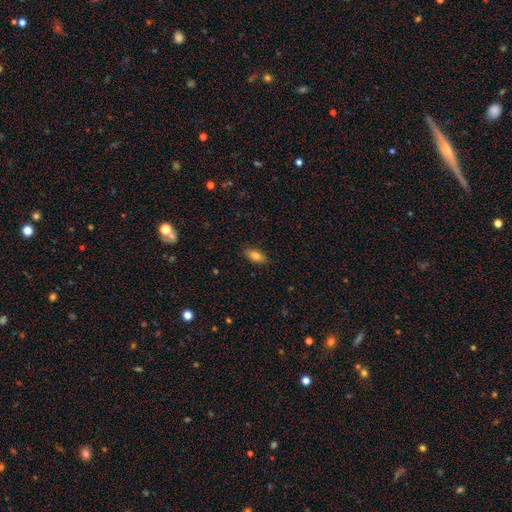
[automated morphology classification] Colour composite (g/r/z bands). It shows a smooth galaxy with no disk features (82%) that is in between round and cigar-shaped (88%). Merging: none (87%).